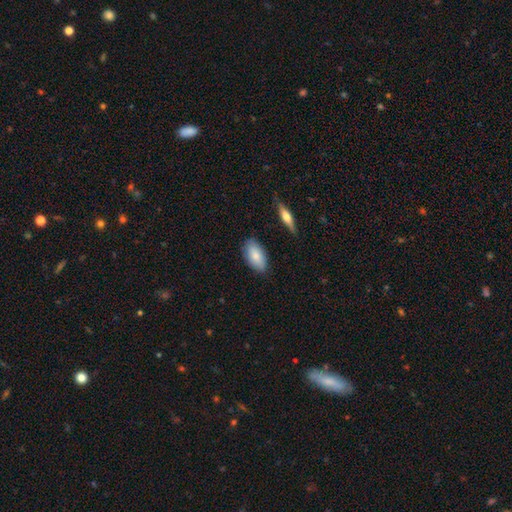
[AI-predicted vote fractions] A smooth galaxy with no disk features (81%) that is in between round and cigar-shaped (93%). Merging: none (81%).